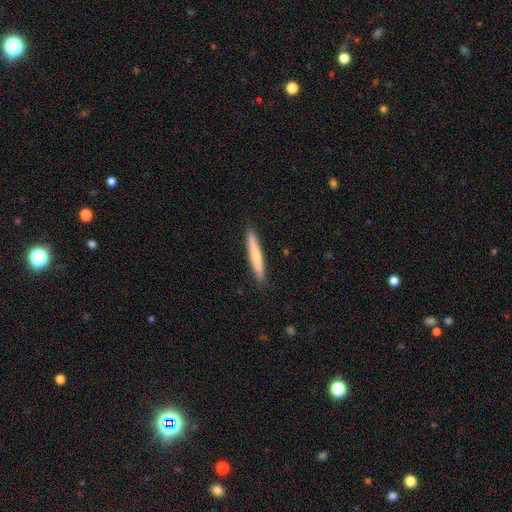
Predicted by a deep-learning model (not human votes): Overall: smooth (68%). How rounded: cigar-shaped (95%). Merging: none (90%).